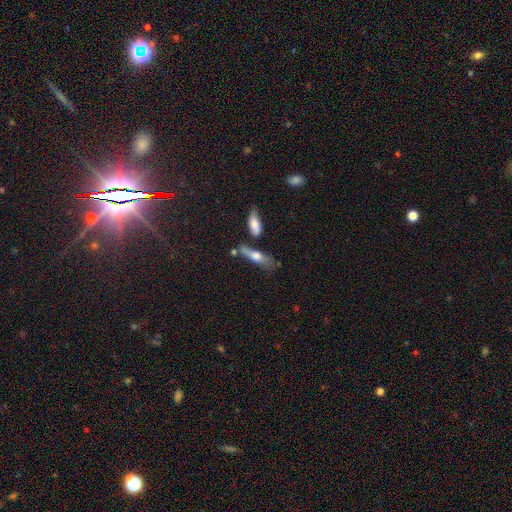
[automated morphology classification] Smooth or featured: smooth — 58% (featured or disk — 34%)
How rounded: cigar-shaped — 54% (in between — 43%)
Merging: none — 45% (minor disturbance — 23%)